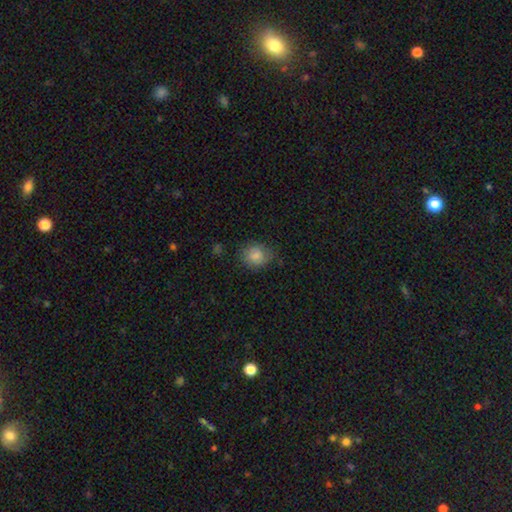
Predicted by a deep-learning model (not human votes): This appears to be a smooth galaxy with no disk features (82%) that is round (69%). Merging: none (70%).